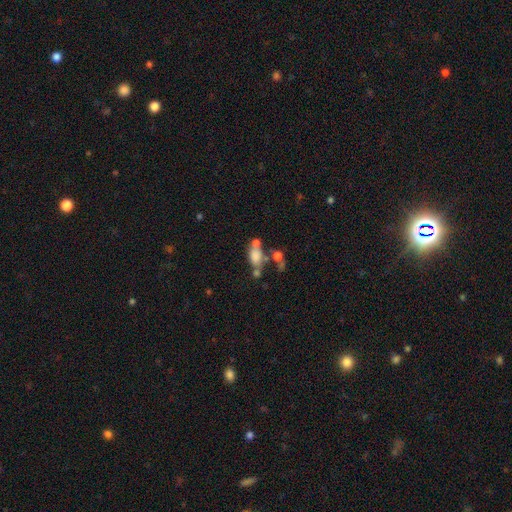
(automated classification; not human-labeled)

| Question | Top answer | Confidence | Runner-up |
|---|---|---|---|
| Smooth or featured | smooth | 68% | featured or disk (19%) |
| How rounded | in between | 76% | round (20%) |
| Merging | merger | 40% | none (33%) |